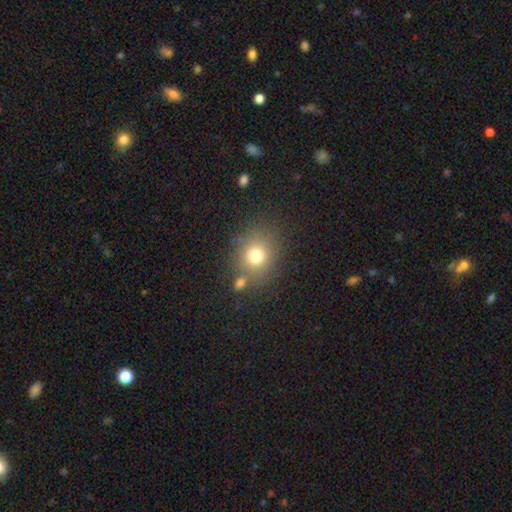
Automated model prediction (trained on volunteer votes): This appears to be a smooth galaxy with no disk features (75%) that is round (67%). Merging: none (71%).